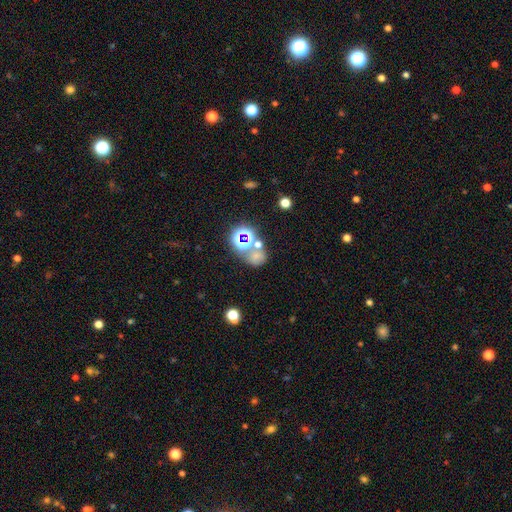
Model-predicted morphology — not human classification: Overall: smooth (52%; star or artifact 36%). How rounded: round (69%; in between 30%). Merging: none (48%; merger 34%).